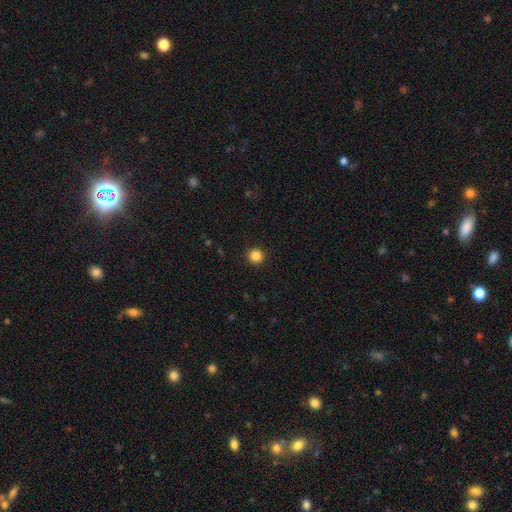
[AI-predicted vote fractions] Smooth or featured: smooth — 86% (star or artifact — 11%)
How rounded: round — 95% (in between — 4%)
Merging: none — 93% (minor disturbance — 4%)